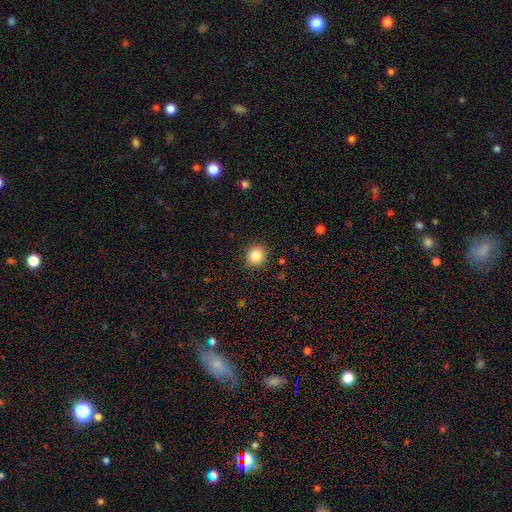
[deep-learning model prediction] A smooth galaxy with no disk features (84%) that is round (83%).

Vote fractions:
- Smooth or featured? smooth: 84% / star or artifact: 11% / featured or disk: 5%
- How rounded? round: 83% / in between: 17% / cigar-shaped: 1%
- Merging? none: 90% / minor disturbance: 7% / major disturbance: 2% / merger: 1%